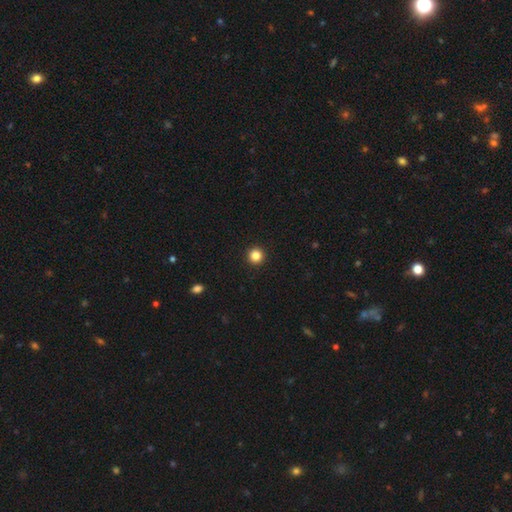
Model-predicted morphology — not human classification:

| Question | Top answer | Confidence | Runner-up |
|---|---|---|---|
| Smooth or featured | smooth | 84% | star or artifact (12%) |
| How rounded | round | 96% | in between (3%) |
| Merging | none | 94% | minor disturbance (4%) |